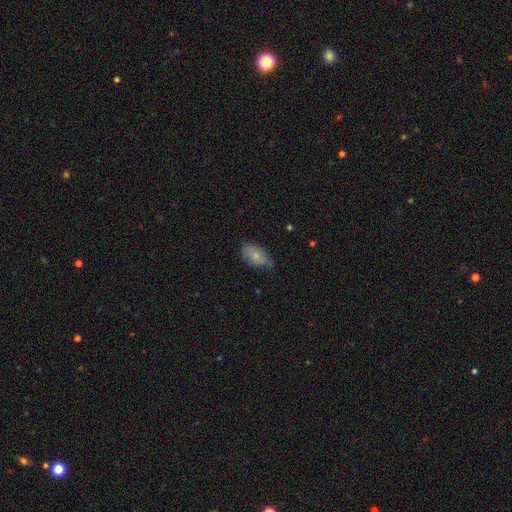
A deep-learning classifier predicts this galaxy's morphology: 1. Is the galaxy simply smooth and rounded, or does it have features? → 78% smooth, 15% featured or disk, 7% star or artifact.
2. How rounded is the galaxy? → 92% in between, 6% round, 3% cigar-shaped.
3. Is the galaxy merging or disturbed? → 60% none, 33% minor disturbance, 6% major disturbance, 2% merger.